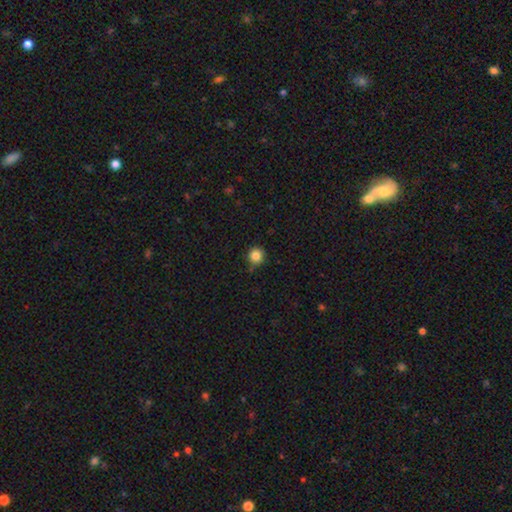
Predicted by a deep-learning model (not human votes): smooth_or_featured: smooth (p=0.85) [alt: star or artifact p=0.11]
how_rounded: round (p=0.94) [alt: in between p=0.05]
merging: none (p=0.83) [alt: minor disturbance p=0.12]